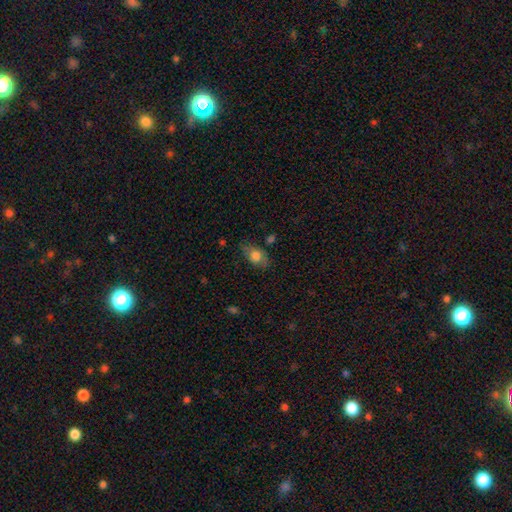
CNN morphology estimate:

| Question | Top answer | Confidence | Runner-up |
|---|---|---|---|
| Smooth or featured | smooth | 75% | featured or disk (17%) |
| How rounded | in between | 82% | round (15%) |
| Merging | none | 68% | minor disturbance (22%) |